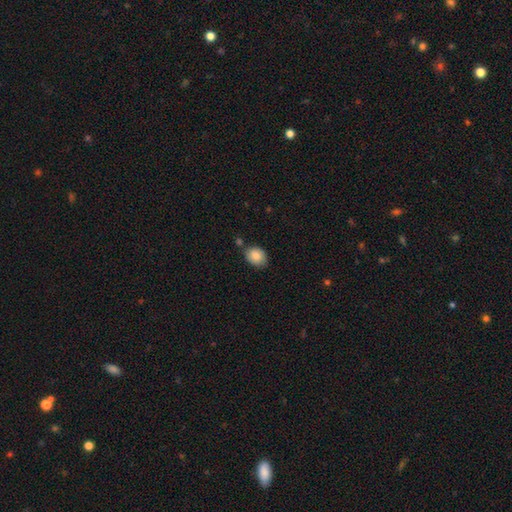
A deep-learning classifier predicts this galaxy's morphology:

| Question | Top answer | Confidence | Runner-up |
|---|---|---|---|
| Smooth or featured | smooth | 85% | star or artifact (8%) |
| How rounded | in between | 60% | round (39%) |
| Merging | none | 69% | minor disturbance (19%) |